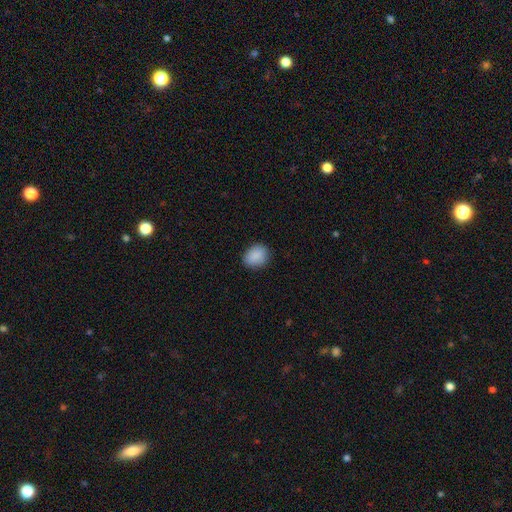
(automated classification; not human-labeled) Smooth or featured? Predicted: smooth (p=0.88). How rounded? Predicted: in between (p=0.53). Merging? Predicted: none (p=0.84).